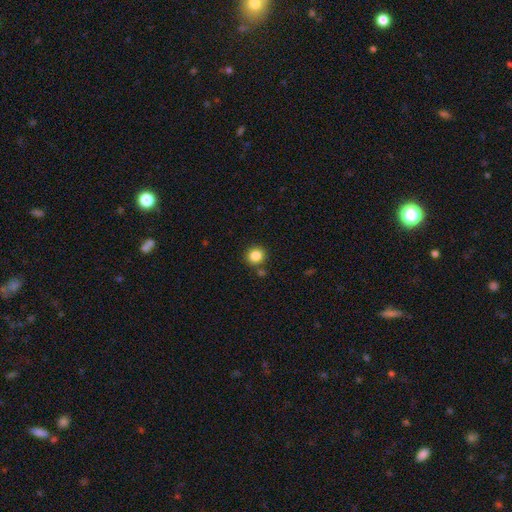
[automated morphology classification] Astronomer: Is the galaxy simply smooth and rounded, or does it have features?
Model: smooth — 85%.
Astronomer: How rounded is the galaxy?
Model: round — 90%.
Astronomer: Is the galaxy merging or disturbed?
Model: none — 84%.